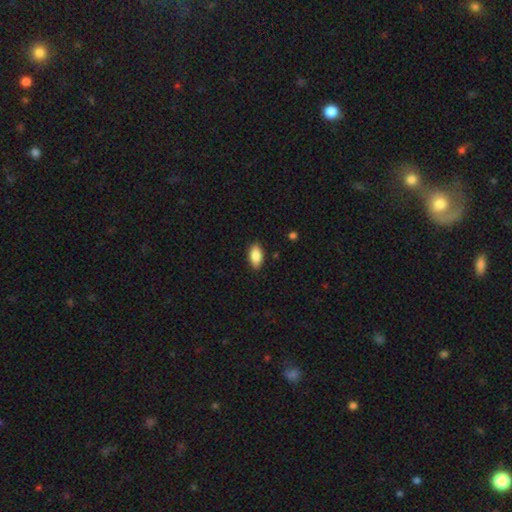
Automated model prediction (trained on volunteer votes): smooth_or_featured: smooth (p=0.87) [alt: star or artifact p=0.07]
how_rounded: in between (p=0.92) [alt: cigar-shaped p=0.05]
merging: none (p=0.88) [alt: minor disturbance p=0.09]